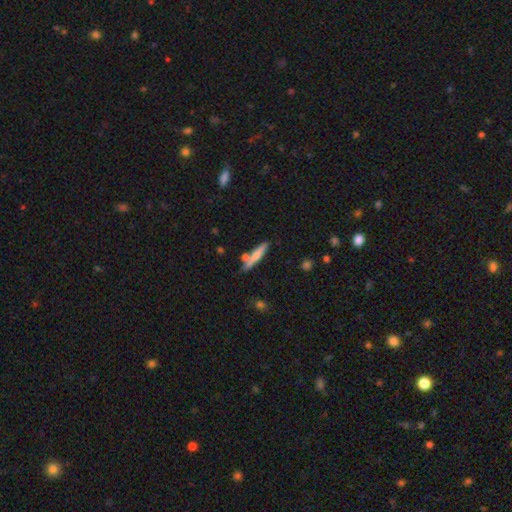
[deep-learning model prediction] Smooth or featured? smooth (64%)
How rounded? cigar-shaped (90%)
Merging? none (72%)